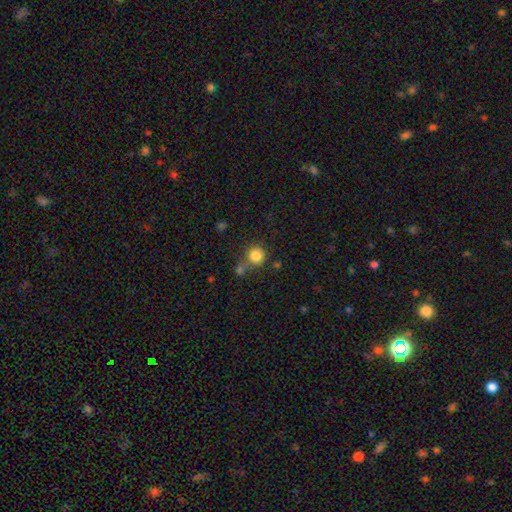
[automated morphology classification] smooth_or_featured: smooth (p=0.84) [alt: star or artifact p=0.11]
how_rounded: round (p=0.92) [alt: in between p=0.07]
merging: none (p=0.66) [alt: merger p=0.17]